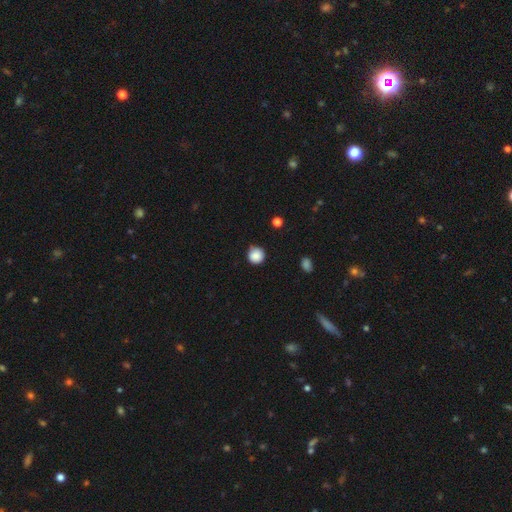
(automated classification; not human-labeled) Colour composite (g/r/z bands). It shows a smooth galaxy with no disk features (87%) that is round (94%). Merging: none (80%).